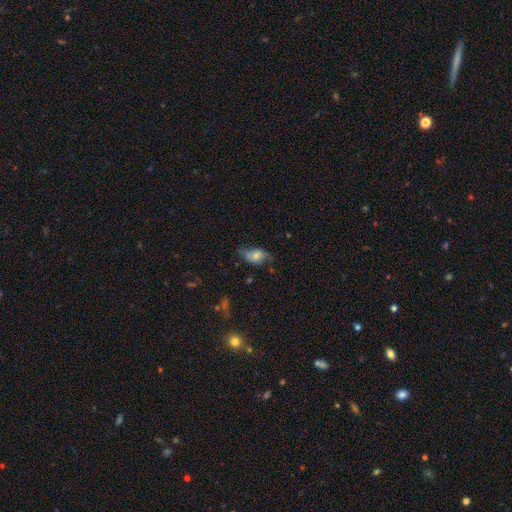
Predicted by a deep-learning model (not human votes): This appears to be a smooth galaxy with no disk features (57%) that is in between round and cigar-shaped (86%). Merging: none (57%).